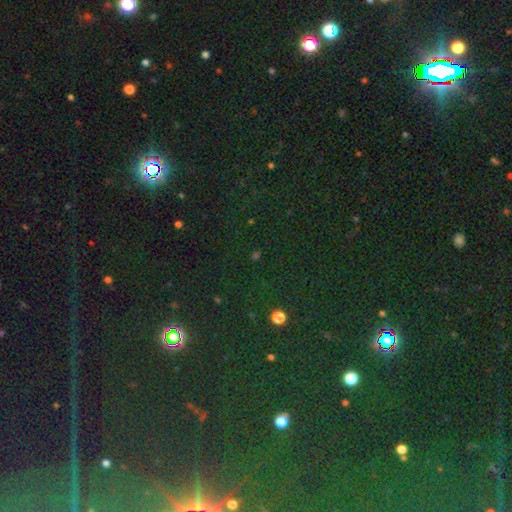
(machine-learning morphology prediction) A star or artifact, not a galaxy (74%).

Vote fractions:
- Smooth or featured? star or artifact: 74% / smooth: 19% / featured or disk: 7%